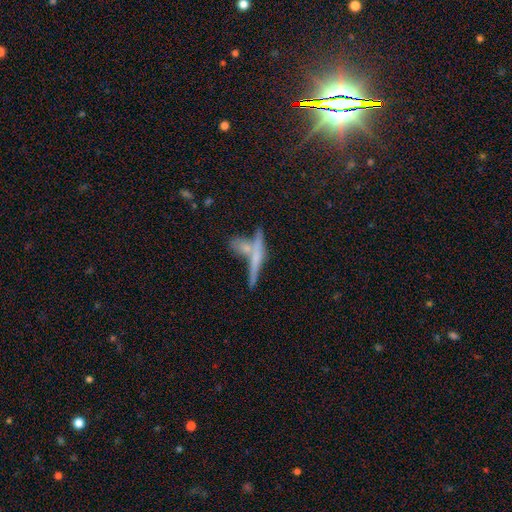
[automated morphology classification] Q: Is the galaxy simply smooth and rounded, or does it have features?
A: featured or disk — 49%.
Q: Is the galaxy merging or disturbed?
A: none — 48%.